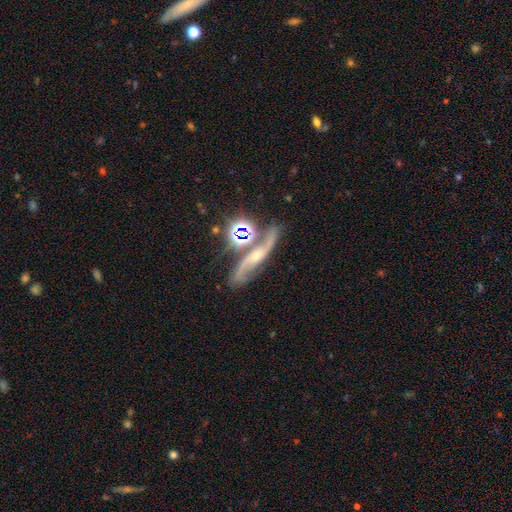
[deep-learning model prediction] Smooth or featured? Predicted: featured or disk (p=0.74). Edge-on disk? Predicted: no (p=0.81). Bar? Predicted: no (p=0.49). Spiral arms? Predicted: yes (p=0.95). Spiral winding? Predicted: loose (p=0.50). Spiral arm count? Predicted: 2 (p=0.91). Bulge size? Predicted: small (p=0.50). Merging? Predicted: none (p=0.64).